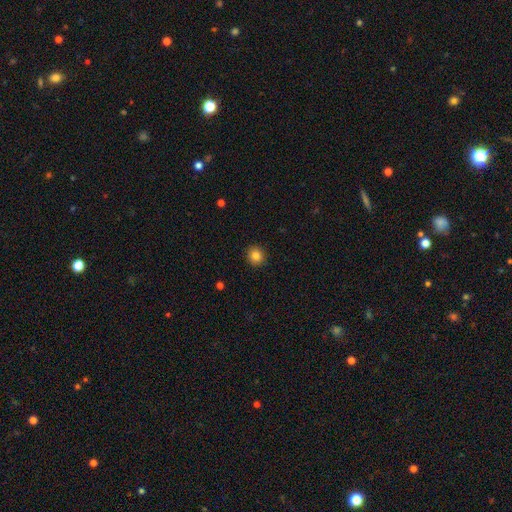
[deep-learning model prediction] Smooth or featured? smooth (84%)
How rounded? round (87%)
Merging? none (92%)